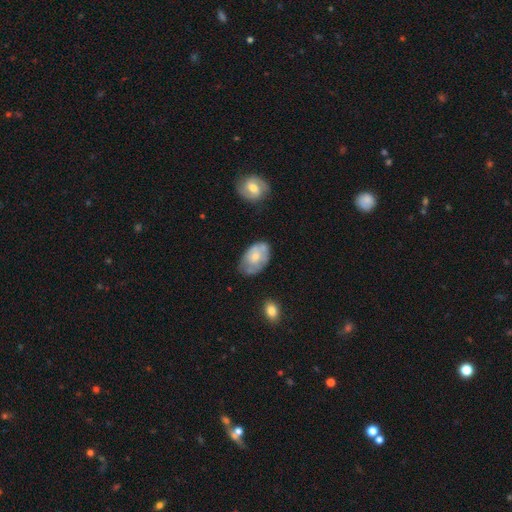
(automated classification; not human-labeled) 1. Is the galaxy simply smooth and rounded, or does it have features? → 52% smooth, 41% featured or disk, 6% star or artifact.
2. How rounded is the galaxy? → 88% in between, 10% round, 1% cigar-shaped.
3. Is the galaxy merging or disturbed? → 50% none, 33% minor disturbance, 10% major disturbance, 7% merger.